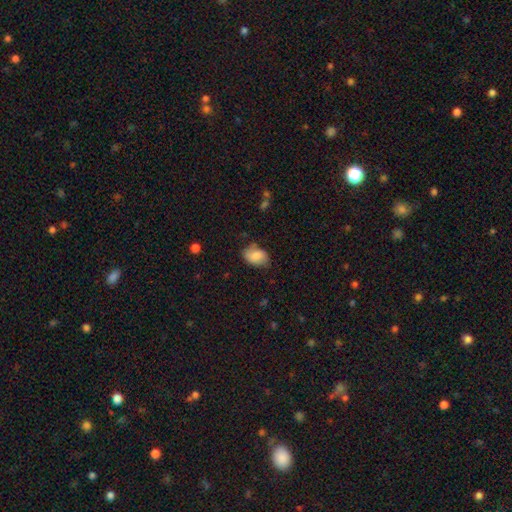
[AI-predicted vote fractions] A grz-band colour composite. It shows a smooth galaxy with no disk features (76%) that is in between round and cigar-shaped (80%). Merging: none (64%).